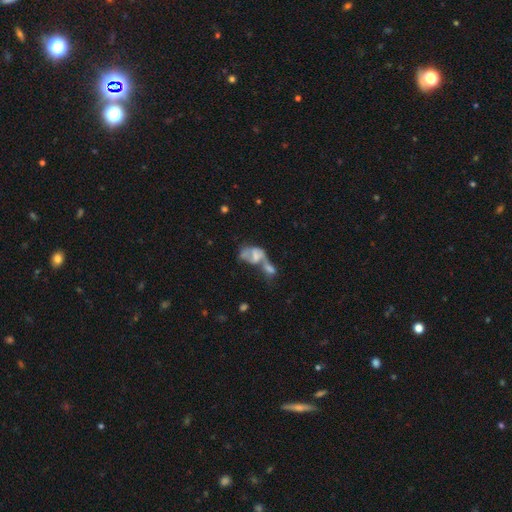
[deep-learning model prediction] Smooth or featured? featured or disk (52%)
Edge-on disk? no (96%)
Merging? merger (66%)